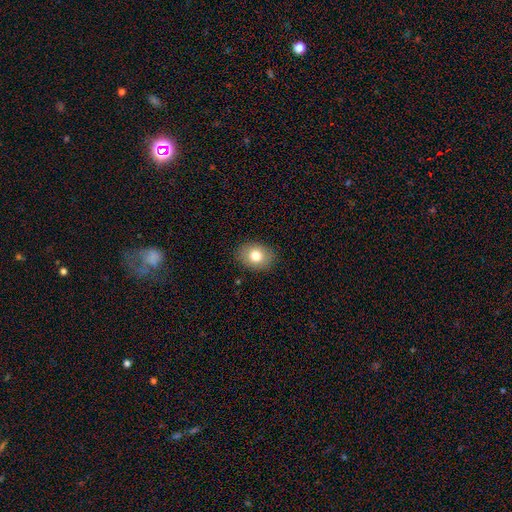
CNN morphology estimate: The model was most divided on "how rounded": in between: 63%, round: 37%, cigar-shaped: 1%. More confident: merging — none (88%); smooth or featured — smooth (80%).